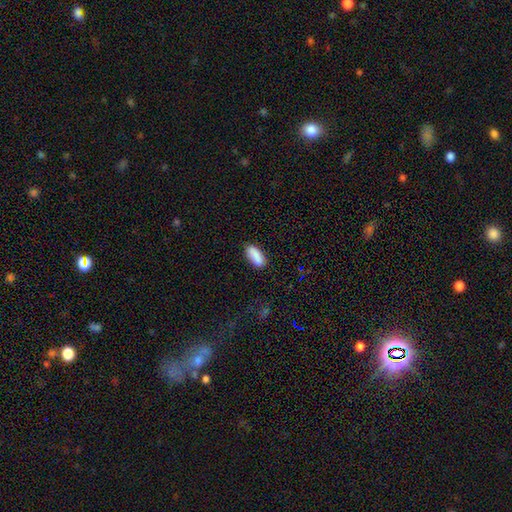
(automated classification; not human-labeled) Smooth or featured? smooth (88%)
How rounded? in between (82%)
Merging? none (82%)